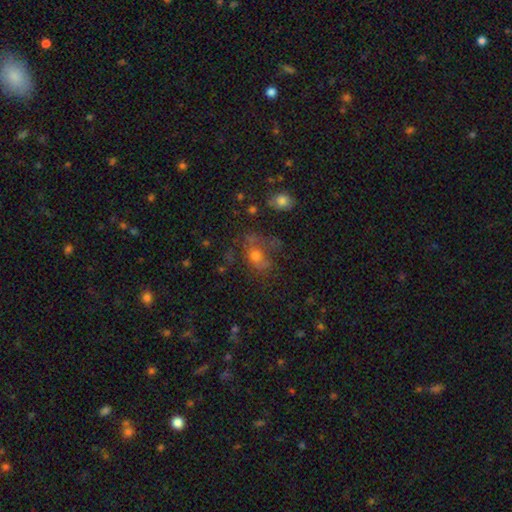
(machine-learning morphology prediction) Q: Smooth or featured?
A: smooth (53%); runner-up: featured or disk (28%)
Q: How rounded?
A: in between (60%); runner-up: round (37%)
Q: Merging?
A: none (40%); runner-up: major disturbance (30%)